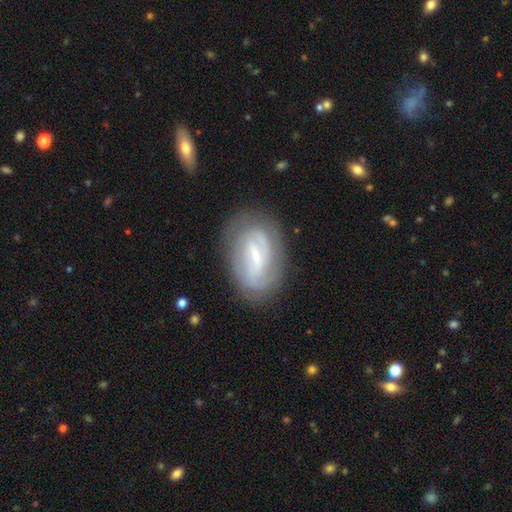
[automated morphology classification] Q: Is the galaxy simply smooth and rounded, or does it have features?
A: featured or disk — 74%.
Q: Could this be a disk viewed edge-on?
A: no — 94%.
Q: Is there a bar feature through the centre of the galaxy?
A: strong — 46%.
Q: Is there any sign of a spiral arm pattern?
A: yes — 80%.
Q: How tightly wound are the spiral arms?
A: tight — 55%.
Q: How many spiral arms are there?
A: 2 — 49%.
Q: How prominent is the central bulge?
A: small — 64%.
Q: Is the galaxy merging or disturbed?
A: none — 76%.